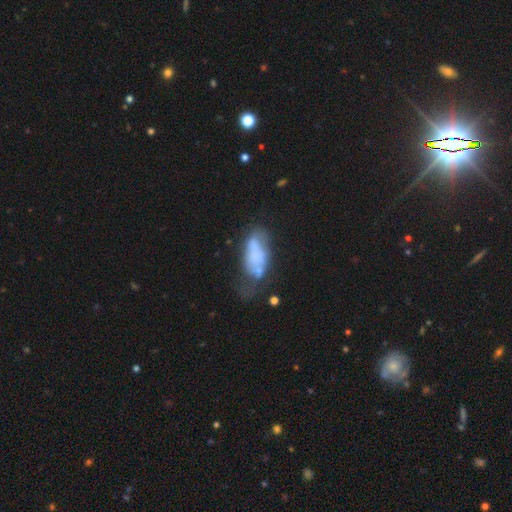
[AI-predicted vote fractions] Smooth or featured: smooth — 55% (featured or disk — 35%)
How rounded: in between — 87% (cigar-shaped — 10%)
Merging: major disturbance — 30% (minor disturbance — 27%)